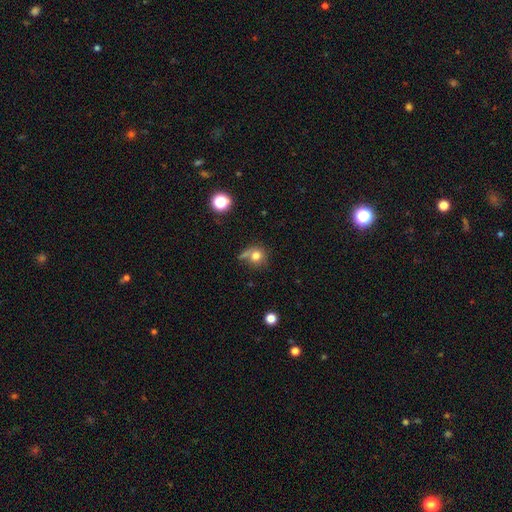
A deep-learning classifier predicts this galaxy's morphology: The model was most divided on "merging": none: 53%, minor disturbance: 19%, merger: 17%, major disturbance: 12%. More confident: how rounded — round (84%); smooth or featured — smooth (76%).